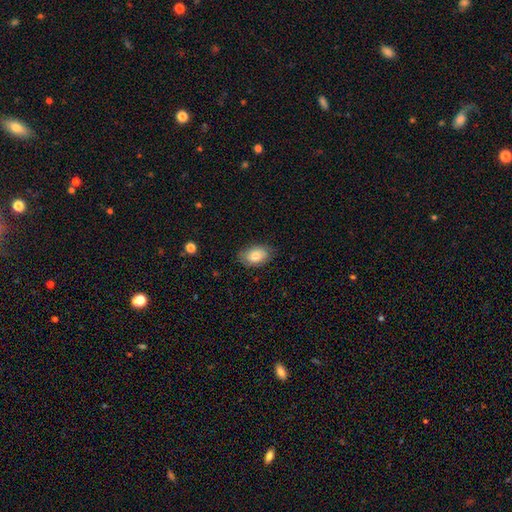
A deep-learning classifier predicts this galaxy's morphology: type=smooth (80%); roundness=in between (88%); merging=none (78%).